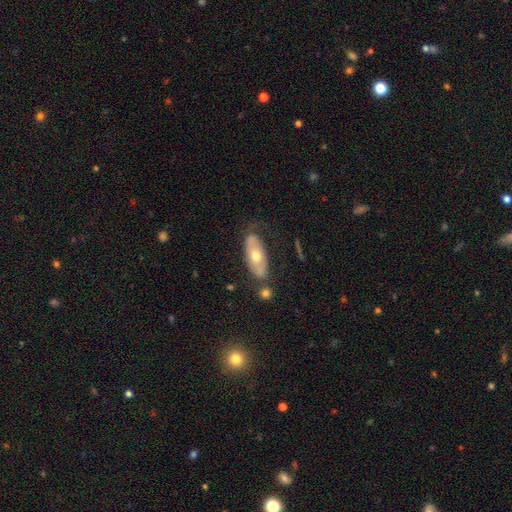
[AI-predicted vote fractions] Smooth or featured? Predicted: featured or disk (p=0.48). Merging? Predicted: none (p=0.67).